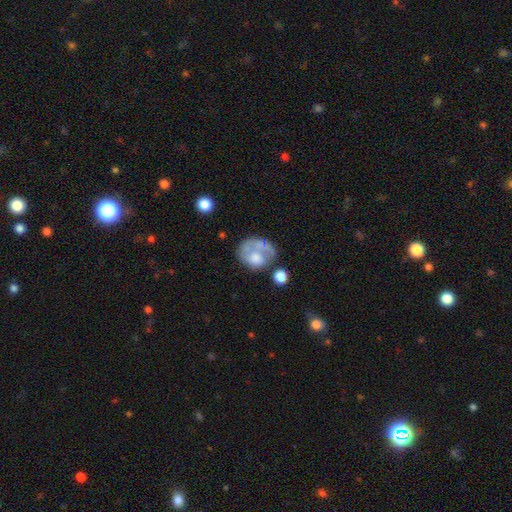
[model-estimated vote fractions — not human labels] This is possibly a smooth galaxy (49%). Merging: marginally none (37%).